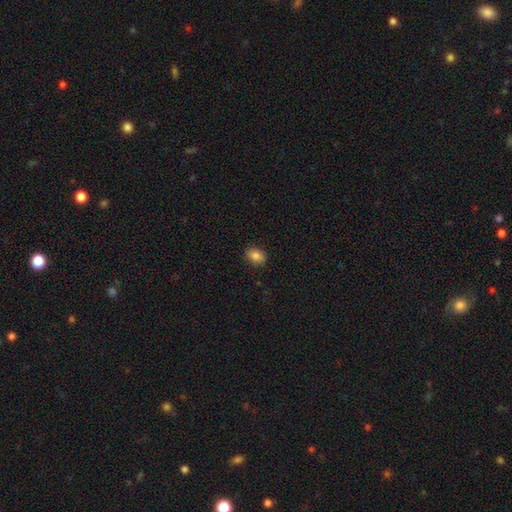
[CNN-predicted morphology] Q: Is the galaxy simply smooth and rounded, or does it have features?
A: smooth — 83%.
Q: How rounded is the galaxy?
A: in between — 67%.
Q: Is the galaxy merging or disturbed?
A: none — 86%.